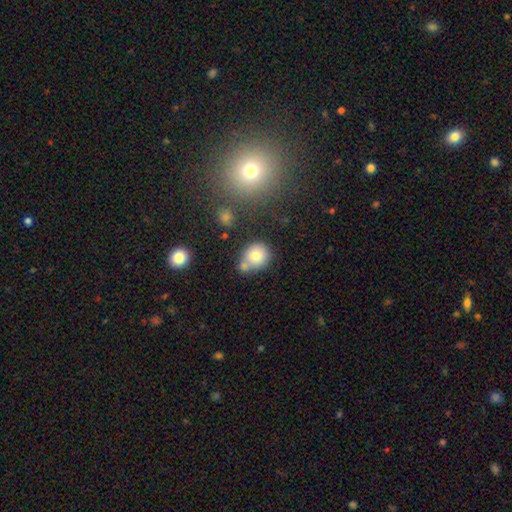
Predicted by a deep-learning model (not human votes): A smooth galaxy with no disk features (78%) that is round (79%). Merging: none (51%).